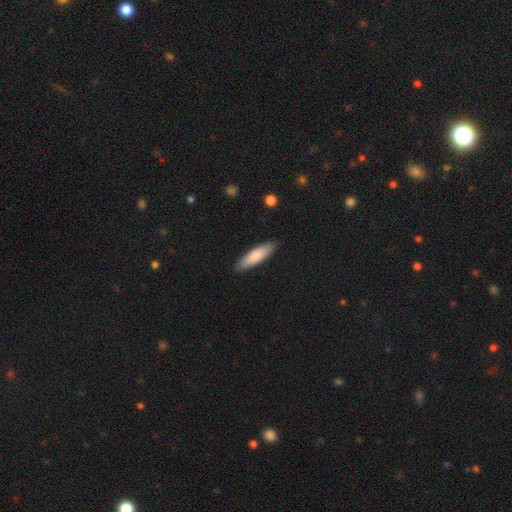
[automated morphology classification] Overall: smooth (77%). How rounded: cigar-shaped (63%; in between 35%). Merging: none (87%).